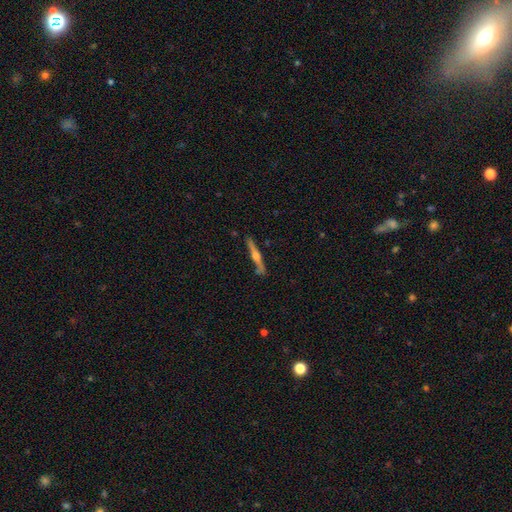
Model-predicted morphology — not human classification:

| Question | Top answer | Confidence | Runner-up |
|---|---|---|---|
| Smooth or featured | featured or disk | 73% | smooth (22%) |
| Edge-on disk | yes | 98% | no (2%) |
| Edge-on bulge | rounded | 88% | boxy (6%) |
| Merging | none | 84% | minor disturbance (11%) |